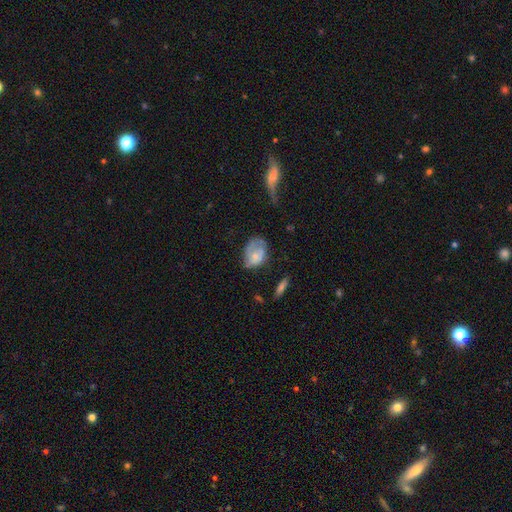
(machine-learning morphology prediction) smooth 53%, featured or disk 39%, star or artifact 8%. Down the decision tree: how rounded — in between (74%); merging — none (39%).